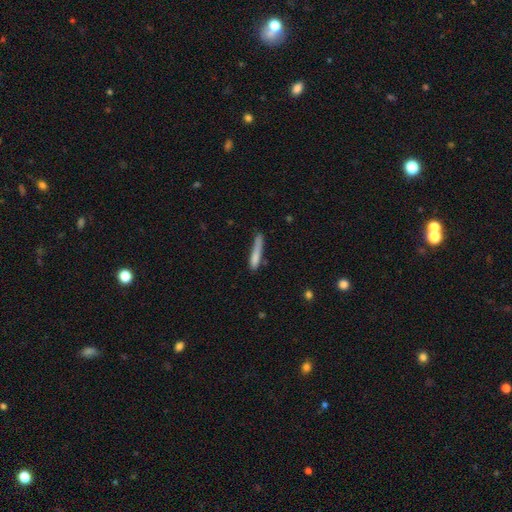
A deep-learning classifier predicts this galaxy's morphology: smooth-or-featured: smooth: 77% | featured or disk: 15% | star or artifact: 7%
  how-rounded: cigar-shaped: 90% | in between: 8% | round: 2%
  merging: none: 54% | minor disturbance: 28% | major disturbance: 11% | merger: 7%